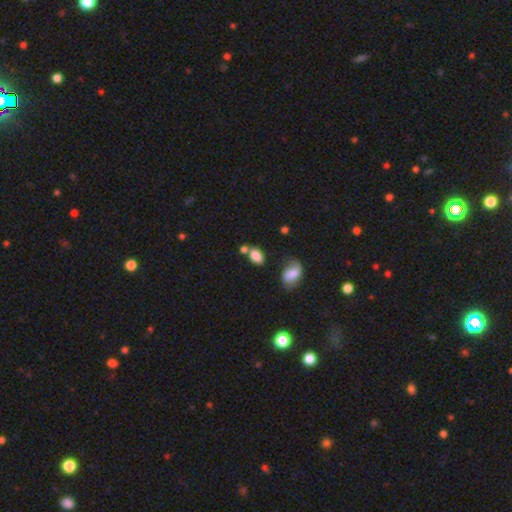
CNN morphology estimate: Smooth or featured: smooth — 82% (star or artifact — 11%)
How rounded: in between — 84% (round — 14%)
Merging: none — 57% (merger — 20%)